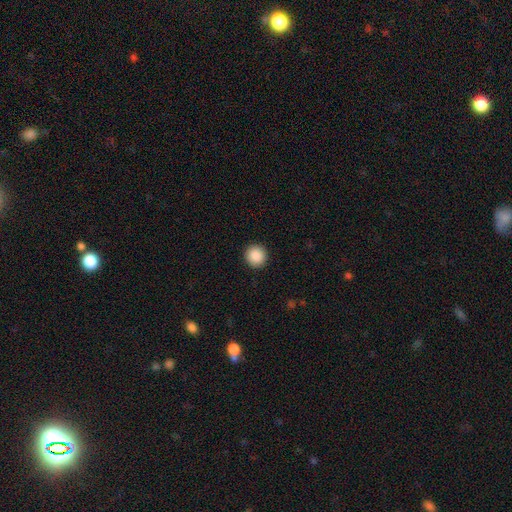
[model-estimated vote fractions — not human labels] Smooth or featured: smooth — 89% (star or artifact — 8%)
How rounded: round — 95% (in between — 4%)
Merging: none — 93% (minor disturbance — 4%)